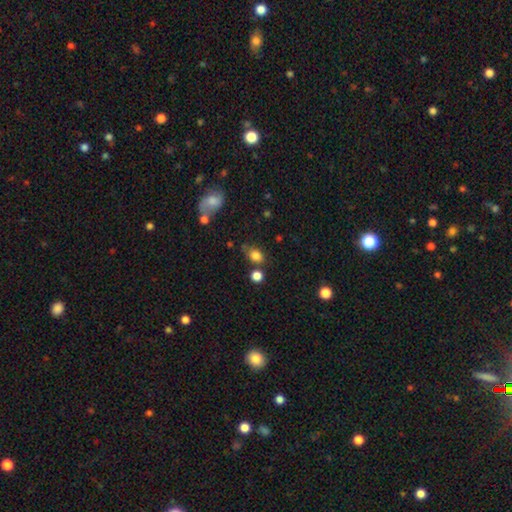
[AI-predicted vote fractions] smooth 82%, star or artifact 12%, featured or disk 6%. Down the decision tree: how rounded — in between (59%); merging — none (66%).